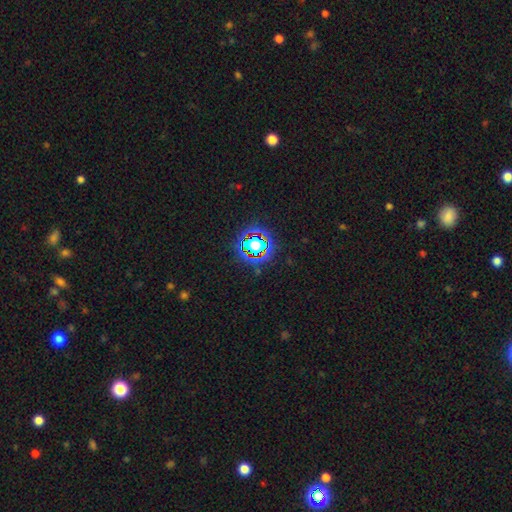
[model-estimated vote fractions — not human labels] star or artifact 79%, smooth 12%, featured or disk 9%.